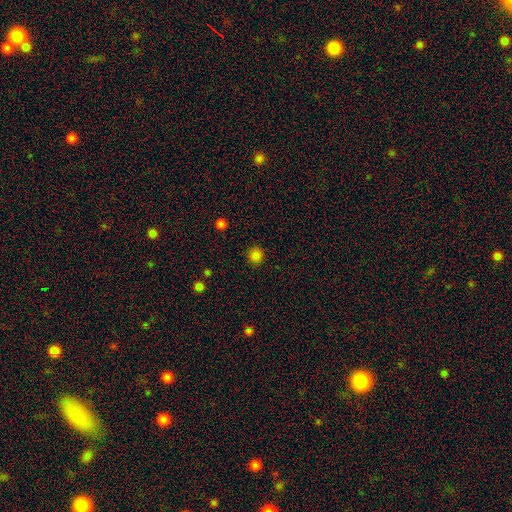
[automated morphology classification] Smooth or featured?
  - smooth: 83% *
  - star or artifact: 14%
  - featured or disk: 3%
How rounded?
  - round: 93% *
  - in between: 6%
  - cigar-shaped: 1%
Merging?
  - none: 91% *
  - minor disturbance: 6%
  - major disturbance: 2%
  - merger: 1%